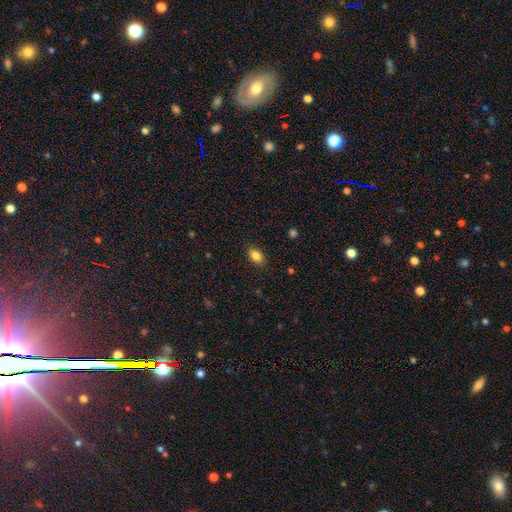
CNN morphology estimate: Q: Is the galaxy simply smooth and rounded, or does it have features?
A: smooth — 85%.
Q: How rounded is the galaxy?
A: in between — 88%.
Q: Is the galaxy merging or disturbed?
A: none — 87%.